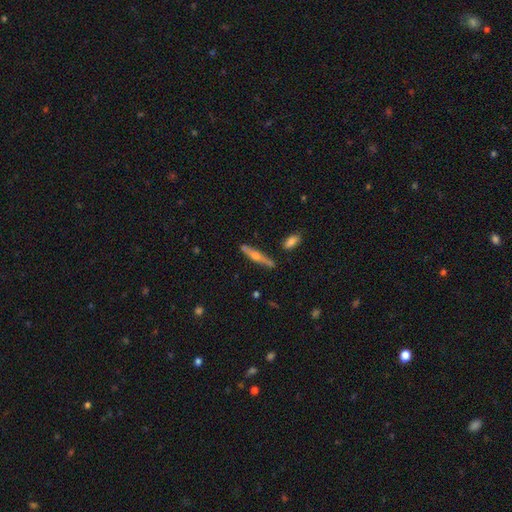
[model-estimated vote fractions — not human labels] featured or disk 59%, smooth 34%, star or artifact 6%. Down the decision tree: edge-on disk — yes (95%); edge-on bulge — rounded (88%); merging — none (80%).